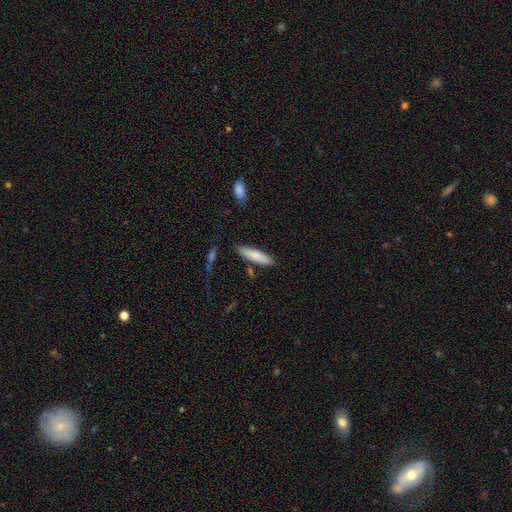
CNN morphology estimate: Smooth or featured: smooth — 81% (featured or disk — 13%)
How rounded: cigar-shaped — 72% (in between — 27%)
Merging: none — 84% (minor disturbance — 11%)